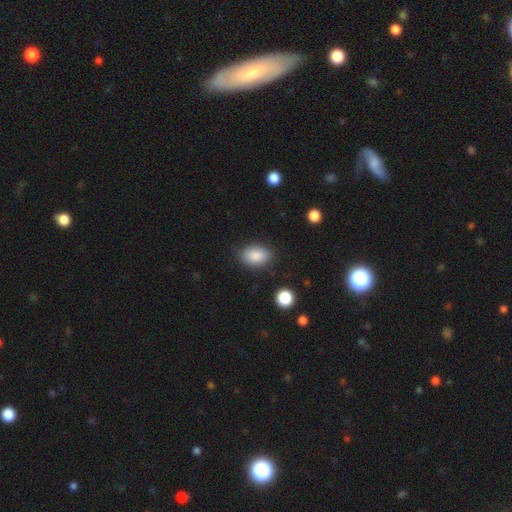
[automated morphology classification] The model was most divided on "how rounded": in between: 83%, round: 16%, cigar-shaped: 1%. More confident: smooth or featured — smooth (87%); merging — none (83%).